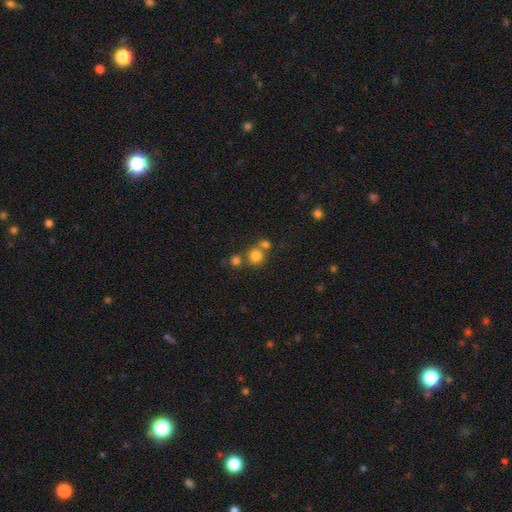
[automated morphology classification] Overall: smooth (78%). How rounded: round (87%). Merging: none (57%; merger 32%).